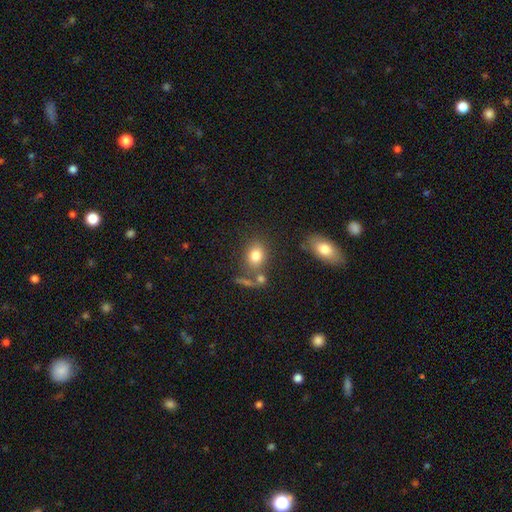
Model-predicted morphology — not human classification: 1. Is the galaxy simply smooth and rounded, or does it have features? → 80% smooth, 11% star or artifact, 10% featured or disk.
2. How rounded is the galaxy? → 52% in between, 47% round, 2% cigar-shaped.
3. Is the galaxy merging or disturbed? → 65% none, 16% merger, 13% minor disturbance, 6% major disturbance.